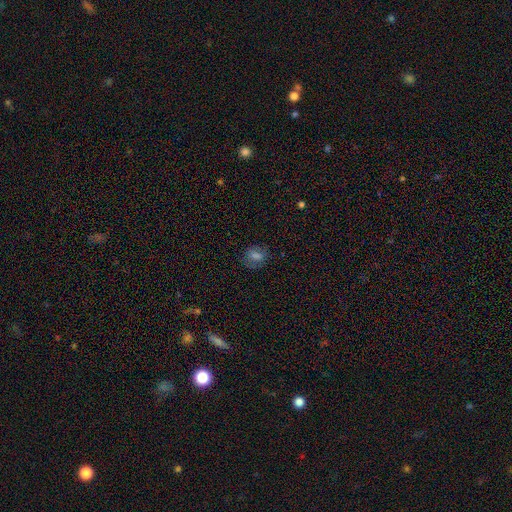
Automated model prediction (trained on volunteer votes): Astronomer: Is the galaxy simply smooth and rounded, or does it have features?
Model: smooth — 63%.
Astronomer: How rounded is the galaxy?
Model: round — 54% (runner-up: in between, 44%).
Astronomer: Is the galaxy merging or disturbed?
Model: none — 79%.